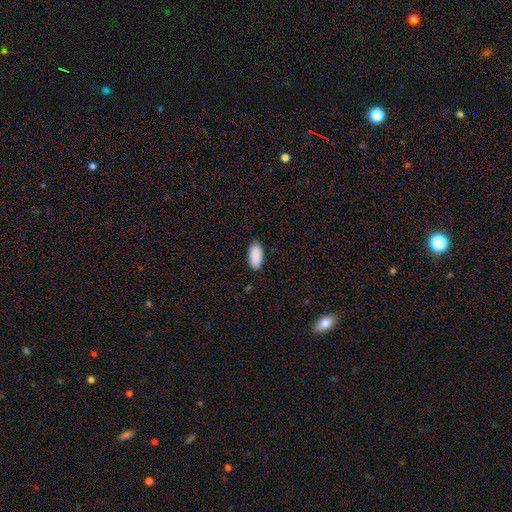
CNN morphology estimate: A smooth galaxy with no disk features (91%) that is in between round and cigar-shaped (93%).

Vote fractions:
- Smooth or featured? smooth: 91% / star or artifact: 6% / featured or disk: 3%
- How rounded? in between: 93% / cigar-shaped: 5% / round: 2%
- Merging? none: 89% / minor disturbance: 9% / major disturbance: 2% / merger: 1%